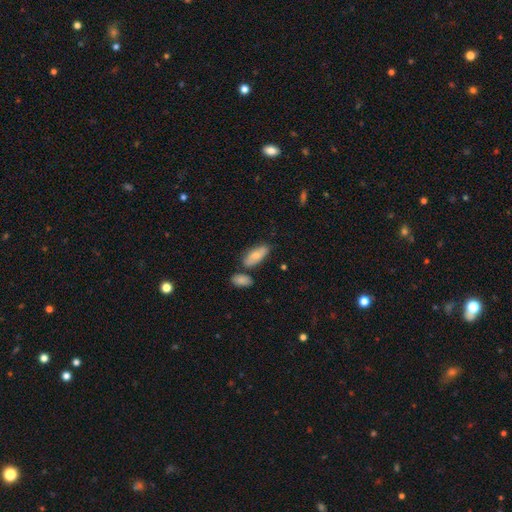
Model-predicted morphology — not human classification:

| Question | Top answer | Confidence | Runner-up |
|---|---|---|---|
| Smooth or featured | smooth | 72% | featured or disk (22%) |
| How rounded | in between | 86% | cigar-shaped (12%) |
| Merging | none | 63% | minor disturbance (19%) |